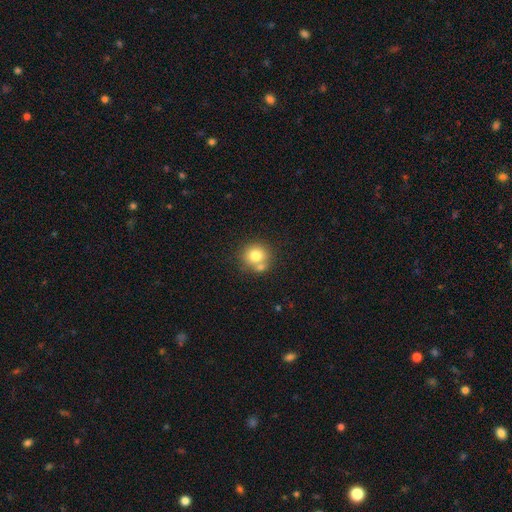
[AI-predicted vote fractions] A smooth galaxy with no disk features (77%) that is round (88%). Merging: none (58%).